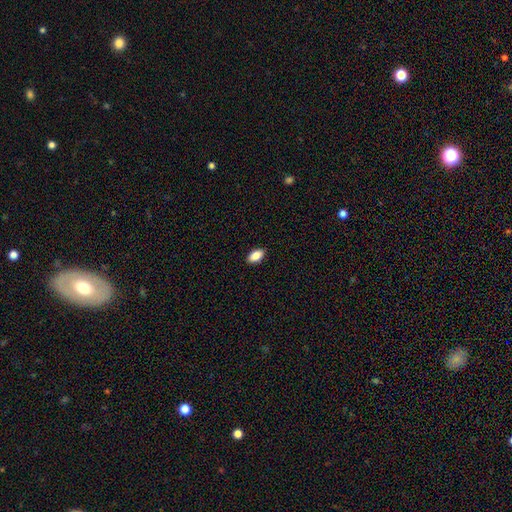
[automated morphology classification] smooth_or_featured: smooth (p=0.85) [alt: featured or disk p=0.07]
how_rounded: in between (p=0.92) [alt: round p=0.04]
merging: none (p=0.89) [alt: minor disturbance p=0.08]